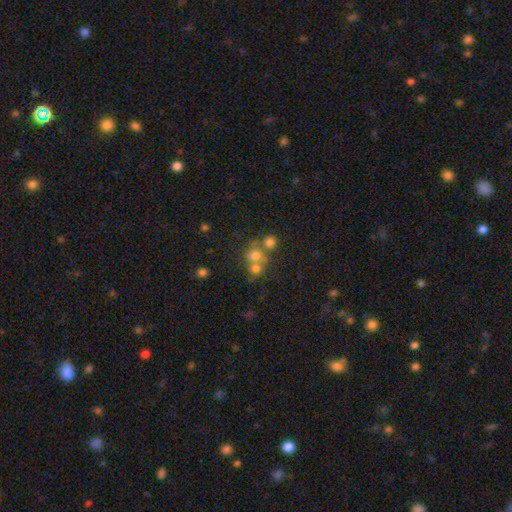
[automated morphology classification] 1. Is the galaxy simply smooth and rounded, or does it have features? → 66% smooth, 18% star or artifact, 16% featured or disk.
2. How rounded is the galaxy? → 74% round, 25% in between, 1% cigar-shaped.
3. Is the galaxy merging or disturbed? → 47% merger, 39% none, 9% minor disturbance, 6% major disturbance.